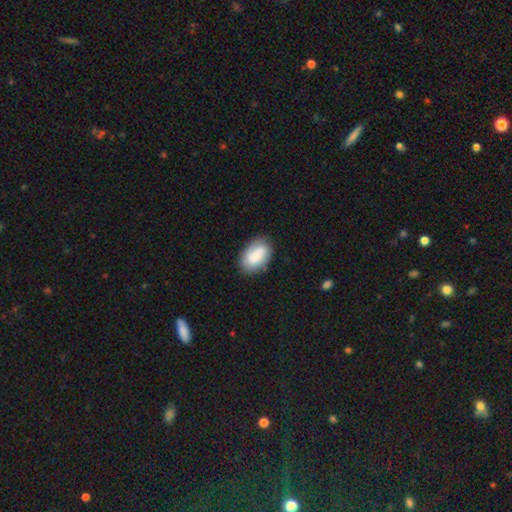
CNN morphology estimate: The model was most divided on "merging": none: 75%, minor disturbance: 18%, major disturbance: 5%, merger: 2%. More confident: how rounded — in between (90%); smooth or featured — smooth (79%).